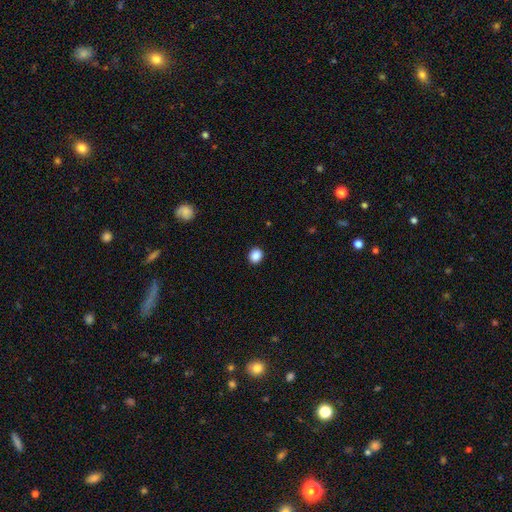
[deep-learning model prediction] Morphology: type=smooth (88%); roundness=round (83%); merging=none (92%).